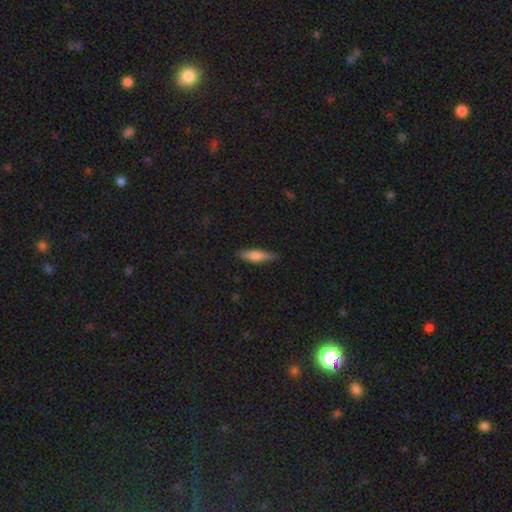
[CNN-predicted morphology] smooth-or-featured: smooth: 71% | featured or disk: 22% | star or artifact: 6%
  how-rounded: cigar-shaped: 69% | in between: 29% | round: 2%
  merging: none: 83% | minor disturbance: 13% | major disturbance: 2% | merger: 1%